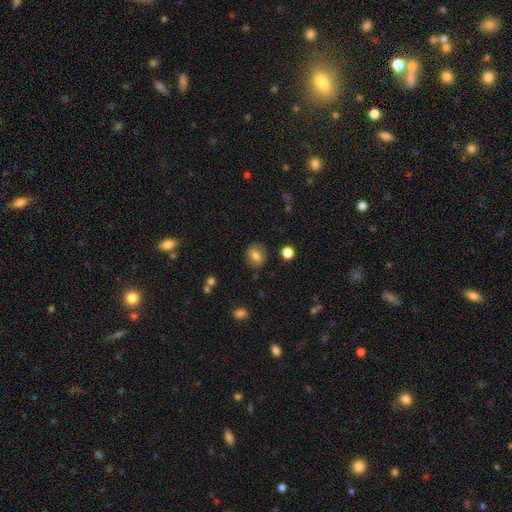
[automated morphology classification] smooth-or-featured: smooth: 78% | featured or disk: 12% | star or artifact: 10%
  how-rounded: round: 65% | in between: 34% | cigar-shaped: 1%
  merging: none: 85% | minor disturbance: 10% | major disturbance: 3% | merger: 2%